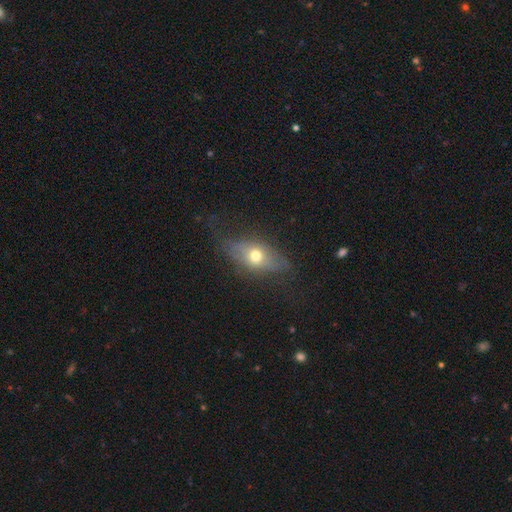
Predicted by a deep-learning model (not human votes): smooth-or-featured: smooth: 57% | featured or disk: 32% | star or artifact: 11%
  how-rounded: in between: 73% | round: 16% | cigar-shaped: 11%
  merging: none: 61% | minor disturbance: 23% | major disturbance: 14% | merger: 2%